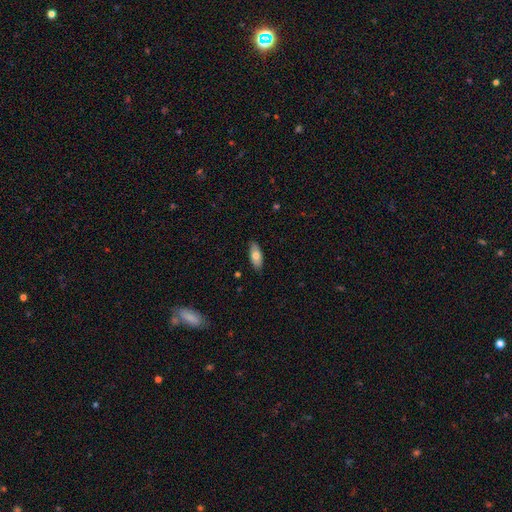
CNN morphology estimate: Smooth or featured: smooth — 73% (featured or disk — 20%)
How rounded: in between — 81% (cigar-shaped — 17%)
Merging: none — 88% (minor disturbance — 9%)